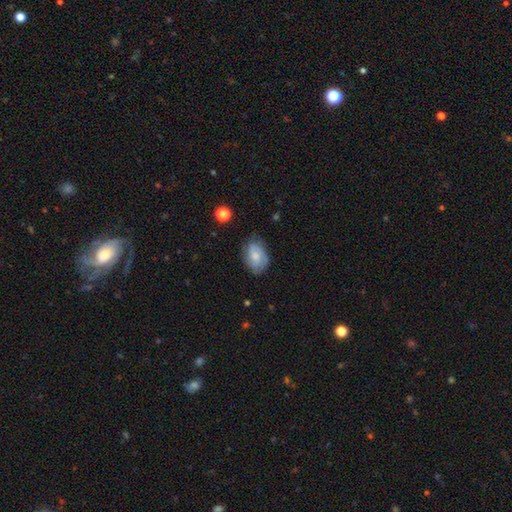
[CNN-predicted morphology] This is possibly a featured or disk galaxy (48%). Merging: likely none (69%).